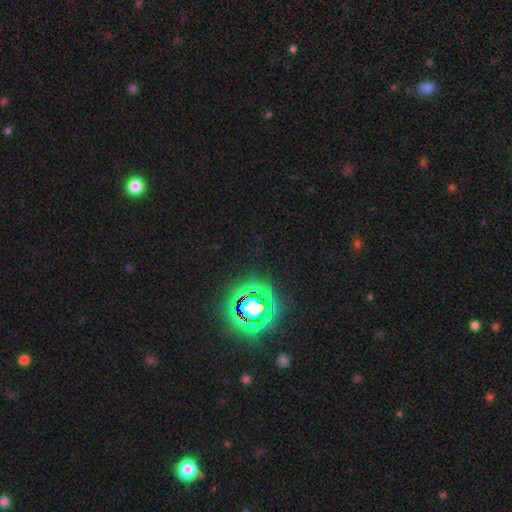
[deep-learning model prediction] Smooth or featured? star or artifact (78%)